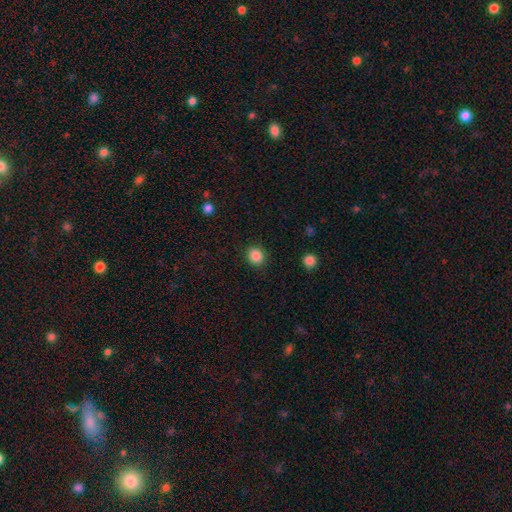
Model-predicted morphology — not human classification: Smooth or featured? smooth (87%)
How rounded? round (78%)
Merging? none (89%)